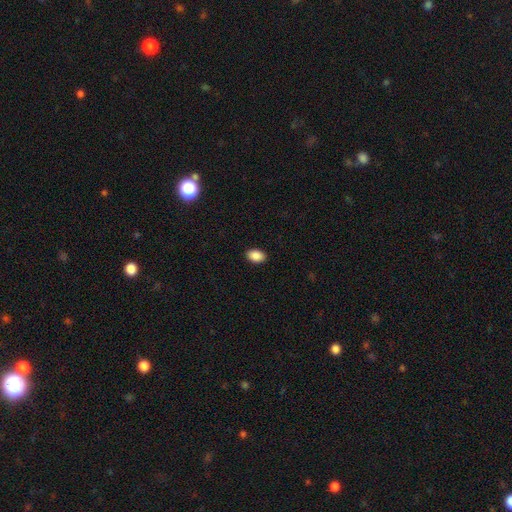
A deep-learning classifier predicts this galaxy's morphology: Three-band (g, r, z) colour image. It shows a smooth galaxy with no disk features (89%) that is in between round and cigar-shaped (86%). Merging: none (90%).